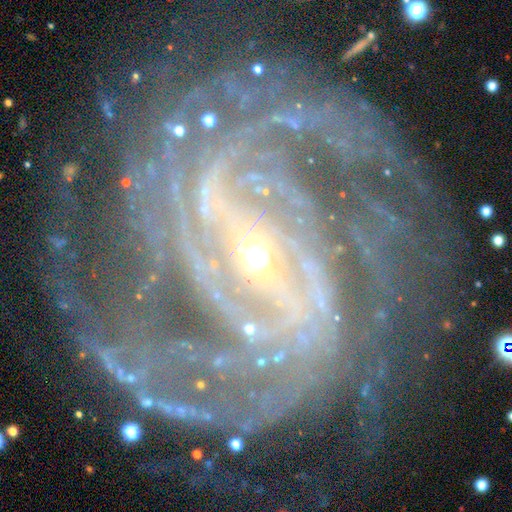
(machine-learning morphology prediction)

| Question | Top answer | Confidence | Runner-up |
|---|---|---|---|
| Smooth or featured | featured or disk | 92% | star or artifact (5%) |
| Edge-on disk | no | 97% | yes (3%) |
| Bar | strong | 51% | weak (30%) |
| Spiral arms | yes | 98% | no (2%) |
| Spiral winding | tight | 61% | medium (30%) |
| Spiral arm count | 2 | 20% | more than 4 (18%) |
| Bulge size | small | 69% | moderate (27%) |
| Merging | none | 67% | minor disturbance (17%) |